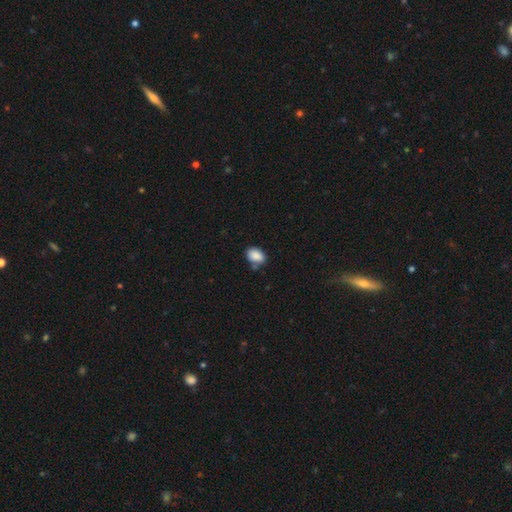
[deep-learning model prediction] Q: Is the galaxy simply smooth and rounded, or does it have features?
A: smooth — 88%.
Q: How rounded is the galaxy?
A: in between — 76%.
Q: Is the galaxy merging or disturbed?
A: none — 70%.